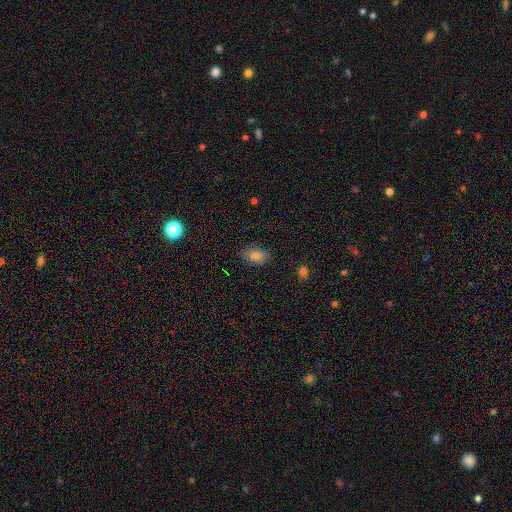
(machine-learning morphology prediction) The model was most divided on "merging": none: 79%, minor disturbance: 16%, major disturbance: 4%, merger: 1%. More confident: how rounded — in between (86%); smooth or featured — smooth (78%).